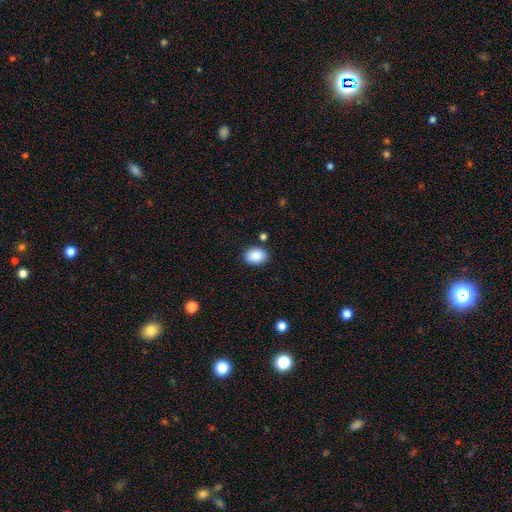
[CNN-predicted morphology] Smooth or featured?
  - smooth: 89% *
  - star or artifact: 7%
  - featured or disk: 4%
How rounded?
  - in between: 74% *
  - round: 26%
  - cigar-shaped: 1%
Merging?
  - none: 85% *
  - minor disturbance: 9%
  - merger: 3%
  - major disturbance: 2%